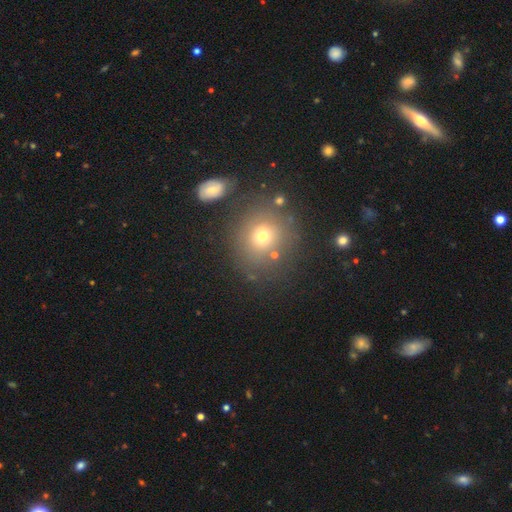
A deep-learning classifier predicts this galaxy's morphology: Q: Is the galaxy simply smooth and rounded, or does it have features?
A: smooth — 59%.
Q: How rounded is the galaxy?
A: round — 84%.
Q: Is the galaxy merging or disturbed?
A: none — 78%.